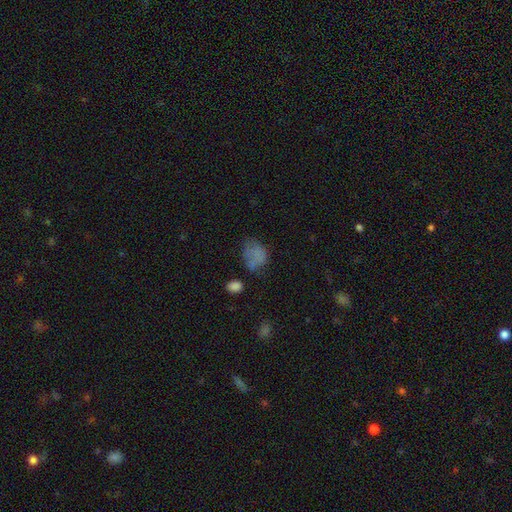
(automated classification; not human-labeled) Smooth or featured? Predicted: smooth (p=0.69). How rounded? Predicted: in between (p=0.63). Merging? Predicted: none (p=0.37).